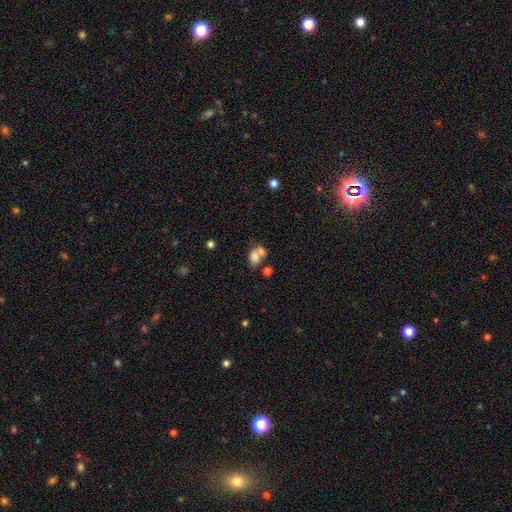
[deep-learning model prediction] Smooth or featured? smooth (74%)
How rounded? in between (73%)
Merging? merger (54%)